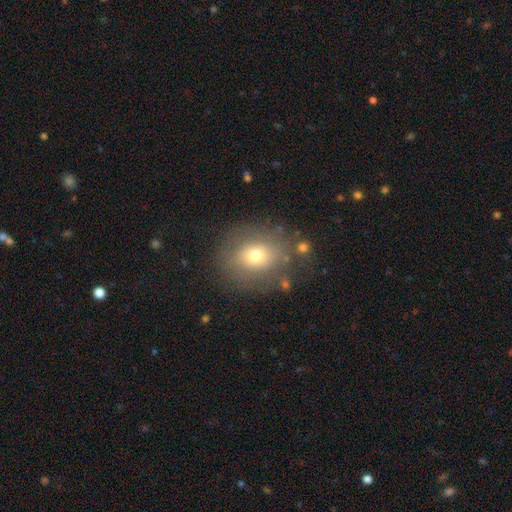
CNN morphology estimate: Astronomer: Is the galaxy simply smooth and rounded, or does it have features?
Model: smooth — 68%.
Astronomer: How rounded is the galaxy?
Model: round — 69%.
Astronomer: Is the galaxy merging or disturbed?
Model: none — 77%.